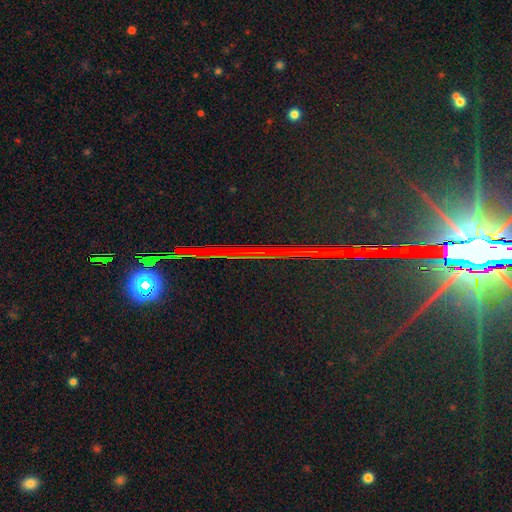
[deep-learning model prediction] Smooth or featured? star or artifact (78%)